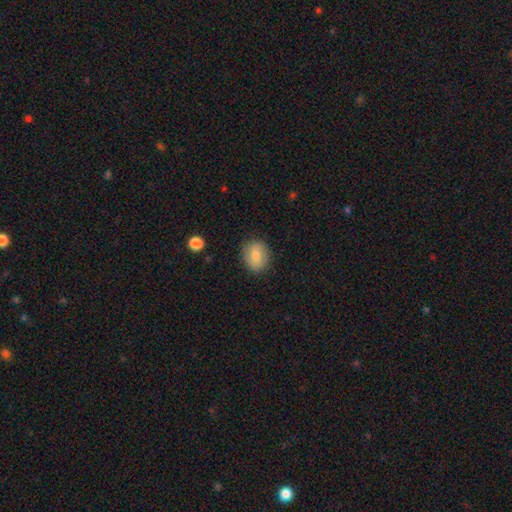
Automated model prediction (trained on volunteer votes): Morphology: type=smooth (81%); roundness=round (52%); merging=none (84%).